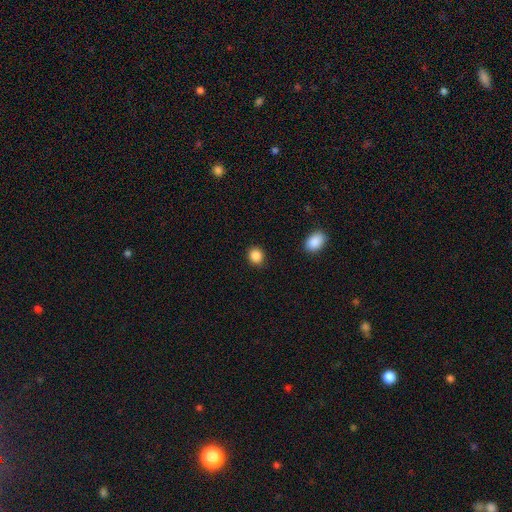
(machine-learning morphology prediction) Smooth or featured? smooth (88%)
How rounded? round (77%)
Merging? none (90%)